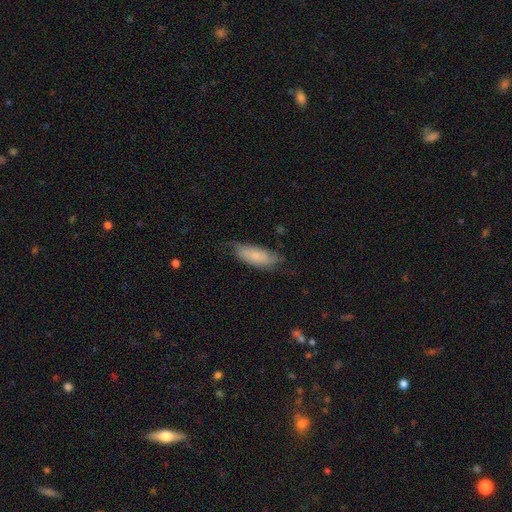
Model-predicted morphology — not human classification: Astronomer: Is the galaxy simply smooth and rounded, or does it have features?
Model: smooth — 65%.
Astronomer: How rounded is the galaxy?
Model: in between — 70%.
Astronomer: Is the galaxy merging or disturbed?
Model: none — 58%.